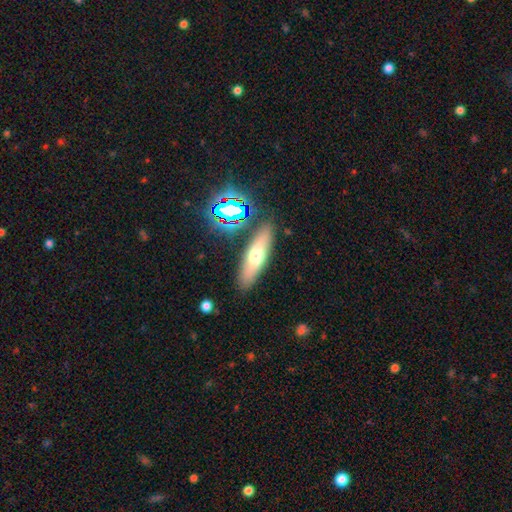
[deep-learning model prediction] A smooth galaxy with no disk features (56%) that is cigar-shaped (58%).

Vote fractions:
- Smooth or featured? smooth: 56% / featured or disk: 34% / star or artifact: 10%
- How rounded? cigar-shaped: 58% / in between: 39% / round: 3%
- Merging? none: 87% / minor disturbance: 8% / merger: 3% / major disturbance: 2%